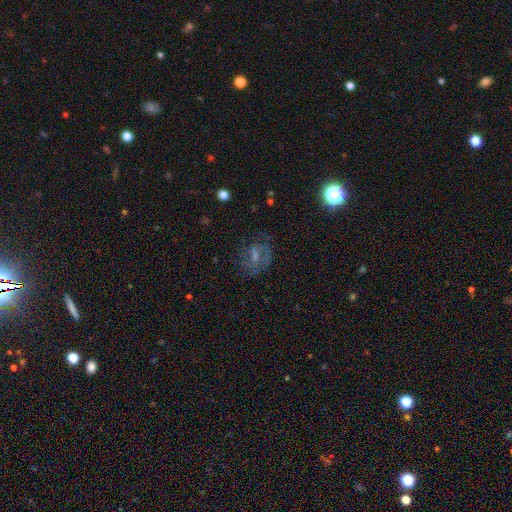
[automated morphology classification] The model was most divided on "smooth or featured": featured or disk: 47%, smooth: 33%, star or artifact: 20%. More confident: merging — none (55%).